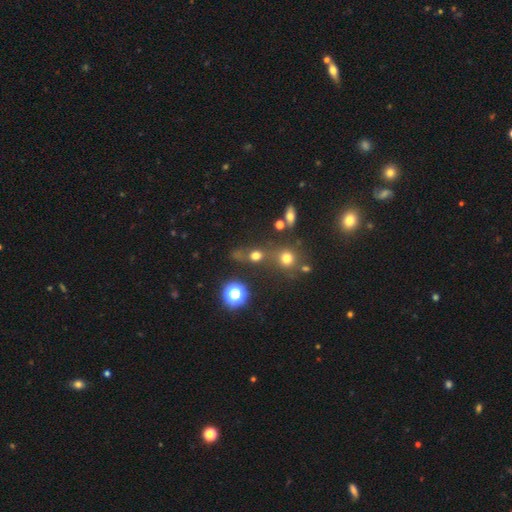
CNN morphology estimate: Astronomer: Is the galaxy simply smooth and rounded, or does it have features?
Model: smooth — 61%.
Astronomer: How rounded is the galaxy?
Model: round — 76%.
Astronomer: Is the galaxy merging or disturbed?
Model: none — 57%.